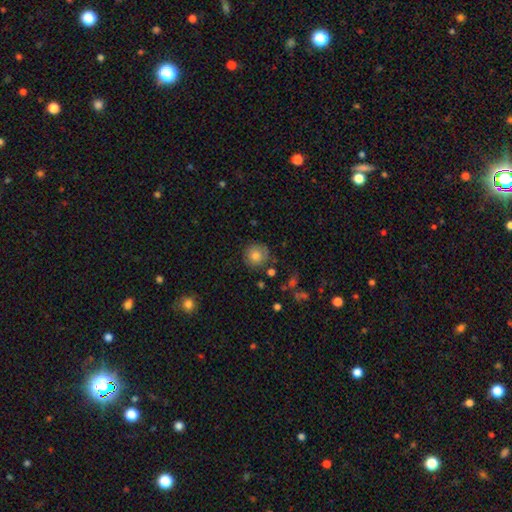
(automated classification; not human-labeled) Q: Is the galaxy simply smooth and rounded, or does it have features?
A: smooth — 80%.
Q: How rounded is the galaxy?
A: round — 93%.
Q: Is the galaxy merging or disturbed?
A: none — 81%.